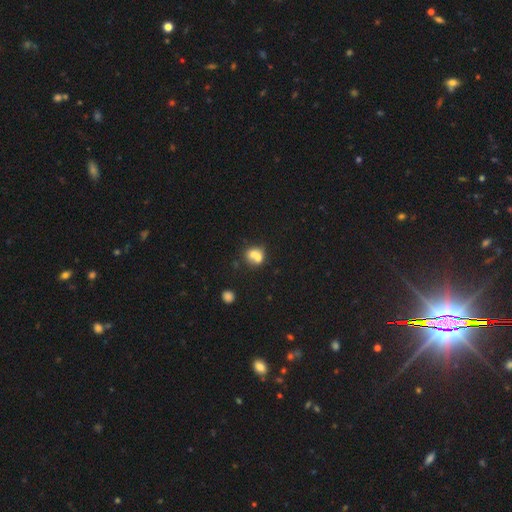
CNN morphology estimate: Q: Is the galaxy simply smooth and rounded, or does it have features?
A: smooth — 67%.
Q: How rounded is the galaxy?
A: round — 69%.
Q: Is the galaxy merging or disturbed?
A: merger — 61%.